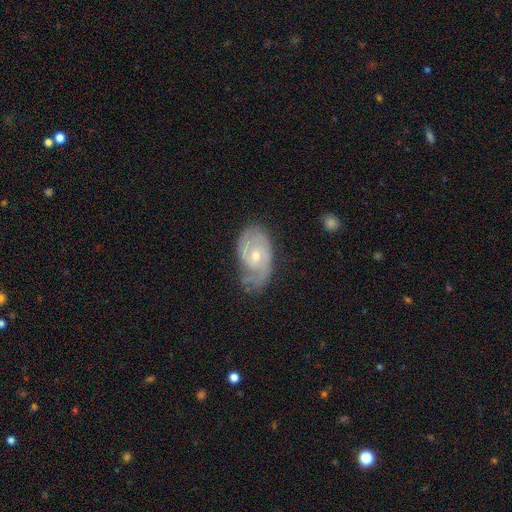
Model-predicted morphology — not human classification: smooth-or-featured: featured or disk: 85% | smooth: 9% | star or artifact: 5%
  disk-edge-on: no: 96% | yes: 4%
    bar: no: 59% | weak: 35% | strong: 7%
    has-spiral-arms: yes: 96% | no: 4%
      spiral-winding: tight: 58% | medium: 34% | loose: 8%
      spiral-arm-count: 2: 58% | can't tell: 16% | 3: 14% | 1: 6% | 4: 3% | more than 4: 3%
    bulge-size: moderate: 49% | small: 48% | large: 1% | none: 1% | dominant: 1%
  merging: none: 65% | minor disturbance: 25% | major disturbance: 8% | merger: 2%